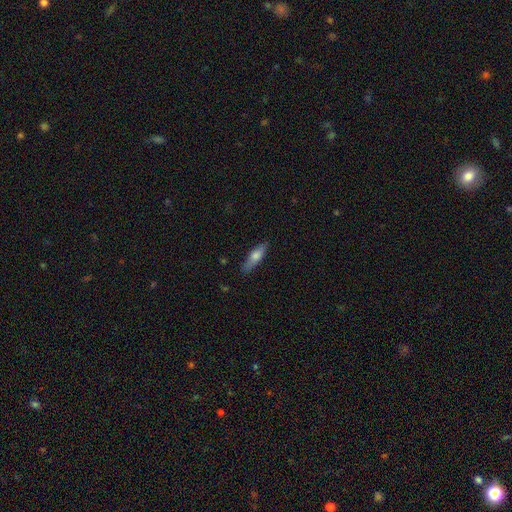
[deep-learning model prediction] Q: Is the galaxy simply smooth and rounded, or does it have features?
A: smooth — 59%.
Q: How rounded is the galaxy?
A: cigar-shaped — 63%.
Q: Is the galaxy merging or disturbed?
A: none — 85%.